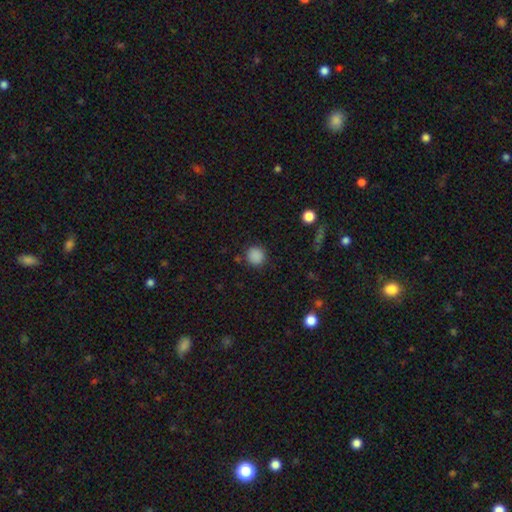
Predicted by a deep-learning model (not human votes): Smooth or featured? Predicted: smooth (p=0.87). How rounded? Predicted: round (p=0.90). Merging? Predicted: none (p=0.87).